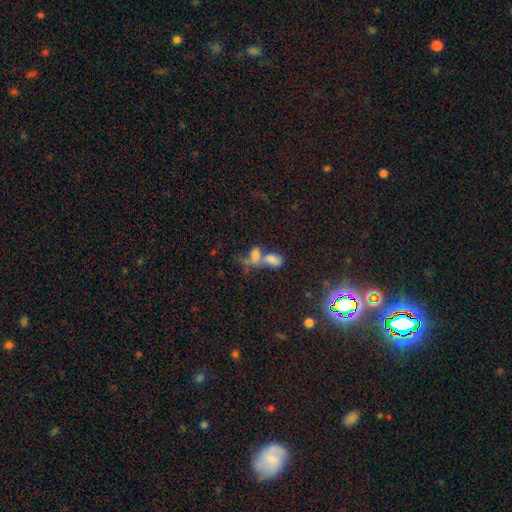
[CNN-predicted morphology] The model was most divided on "smooth or featured": smooth: 65%, featured or disk: 20%, star or artifact: 15%. More confident: how rounded — in between (83%); merging — merger (70%).